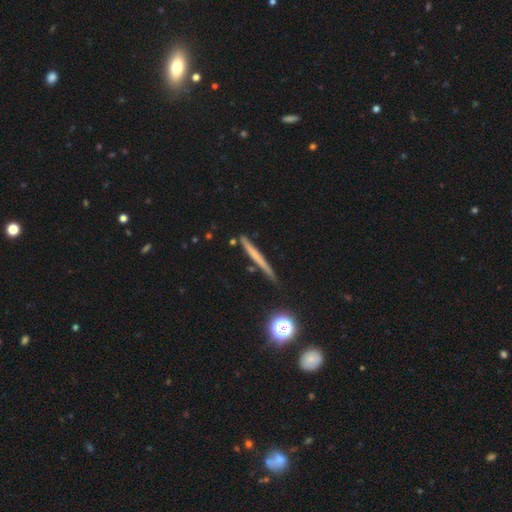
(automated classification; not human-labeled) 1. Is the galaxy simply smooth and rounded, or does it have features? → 48% smooth, 41% featured or disk, 10% star or artifact.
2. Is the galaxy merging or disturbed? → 83% none, 12% minor disturbance, 3% merger, 2% major disturbance.